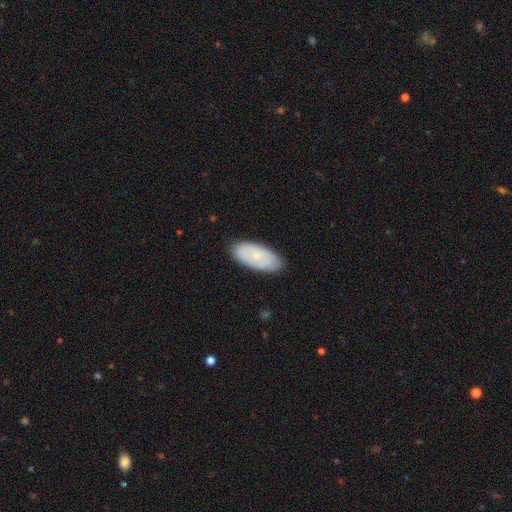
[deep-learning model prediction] The model was most divided on "smooth or featured": smooth: 62%, featured or disk: 32%, star or artifact: 6%. More confident: how rounded — in between (92%); merging — none (84%).